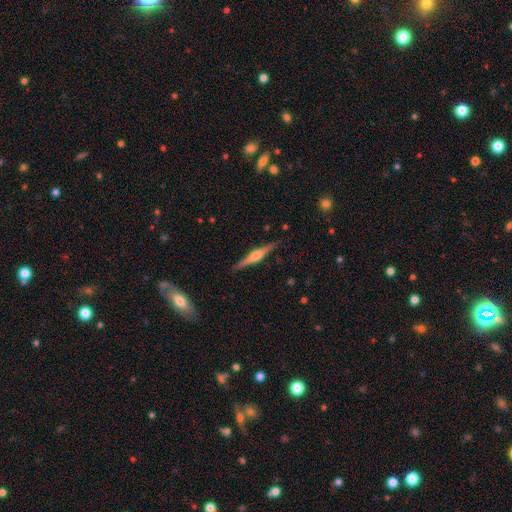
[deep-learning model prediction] Smooth or featured? featured or disk (74%)
Edge-on disk? yes (98%)
Edge-on bulge? rounded (80%)
Merging? none (90%)